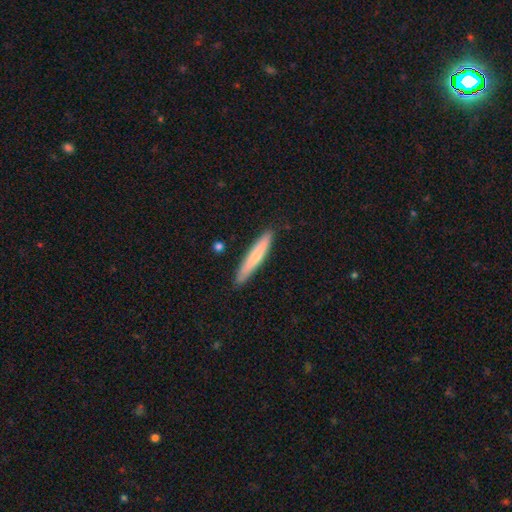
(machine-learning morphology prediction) Smooth or featured? Predicted: smooth (p=0.70). How rounded? Predicted: cigar-shaped (p=0.93). Merging? Predicted: none (p=0.88).